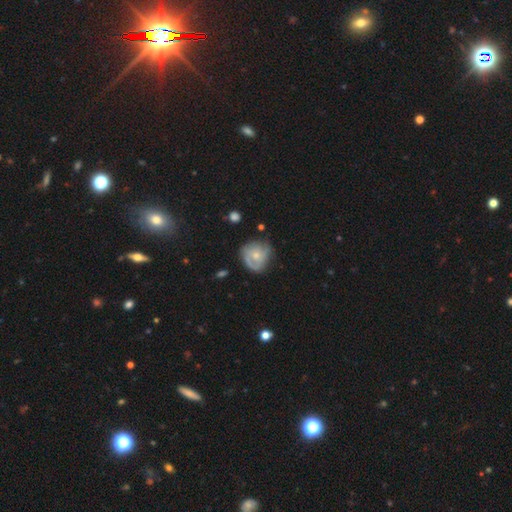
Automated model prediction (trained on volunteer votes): Morphology: type=featured or disk (50%); edge-on=no (97%); merging=none (58%).